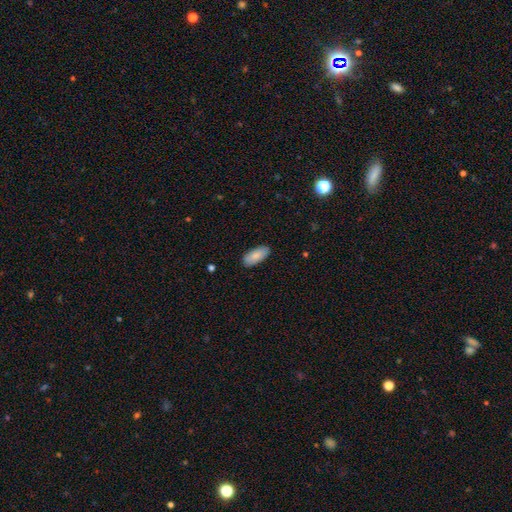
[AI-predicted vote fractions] This is clearly a smooth galaxy (86%). How rounded: clearly in between (89%). Merging: clearly none (87%).